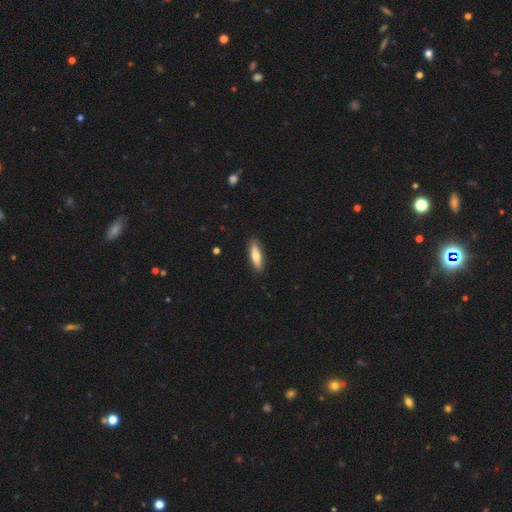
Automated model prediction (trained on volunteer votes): This is likely a smooth galaxy (67%). How rounded: possibly cigar-shaped (55%). Merging: clearly none (87%).